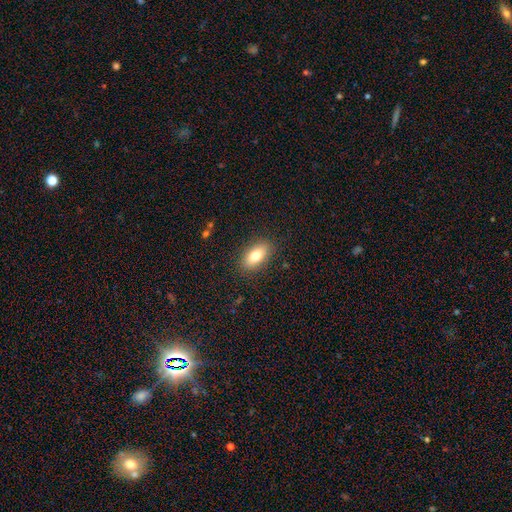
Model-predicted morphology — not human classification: type=smooth (79%); roundness=in between (88%); merging=none (87%).